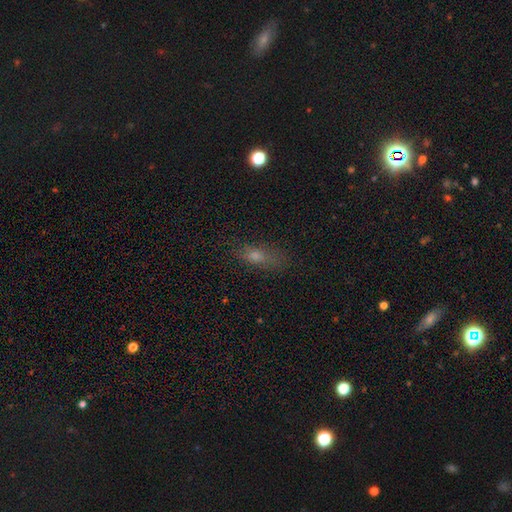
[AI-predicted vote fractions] Smooth or featured? Predicted: smooth (p=0.61). How rounded? Predicted: in between (p=0.58). Merging? Predicted: none (p=0.70).